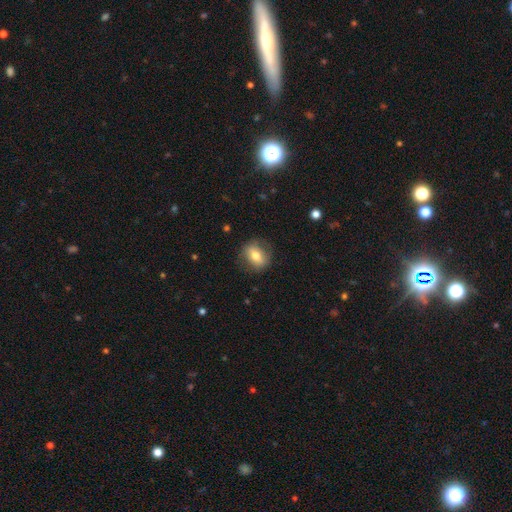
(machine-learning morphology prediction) Overall: smooth (66%; featured or disk 26%). How rounded: round (53%; in between 46%). Merging: none (78%).